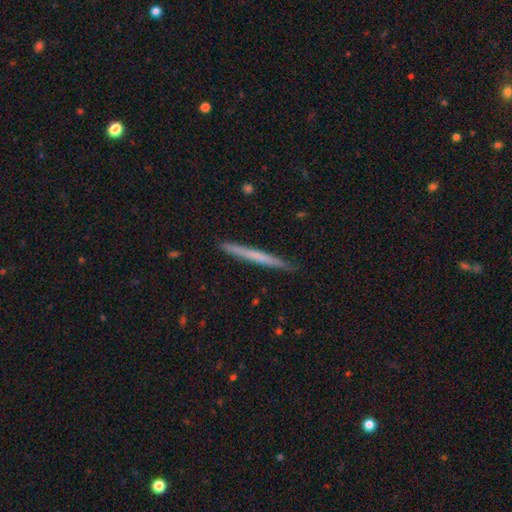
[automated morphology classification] This is possibly a smooth galaxy (55%). How rounded: clearly cigar-shaped (97%). Merging: clearly none (91%).